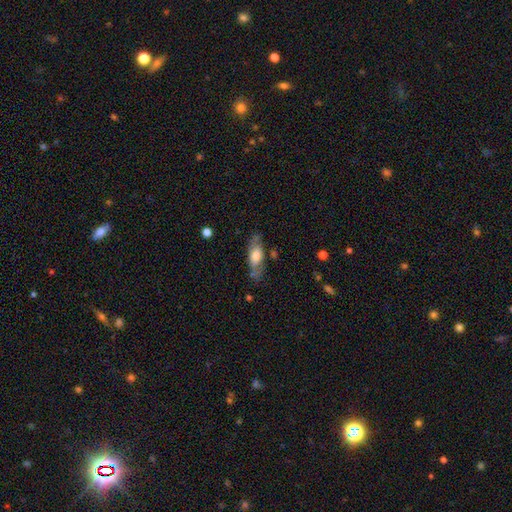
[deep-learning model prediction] Smooth or featured? smooth (48%)
Merging? none (70%)